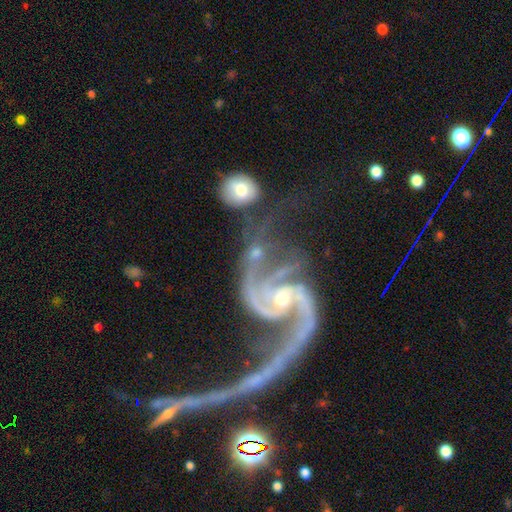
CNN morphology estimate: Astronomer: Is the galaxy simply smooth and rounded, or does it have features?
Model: featured or disk — 90%.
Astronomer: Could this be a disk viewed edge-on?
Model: no — 98%.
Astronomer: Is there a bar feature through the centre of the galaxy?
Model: no — 51% (runner-up: weak, 33%).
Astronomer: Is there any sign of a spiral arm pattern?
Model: yes — 97%.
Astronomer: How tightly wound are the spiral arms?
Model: medium — 46% (runner-up: loose, 39%).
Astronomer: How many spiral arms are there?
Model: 2 — 57%.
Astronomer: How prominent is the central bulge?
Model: small — 57% (runner-up: moderate, 38%).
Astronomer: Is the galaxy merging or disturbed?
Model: none — 31% (runner-up: major disturbance, 29%).